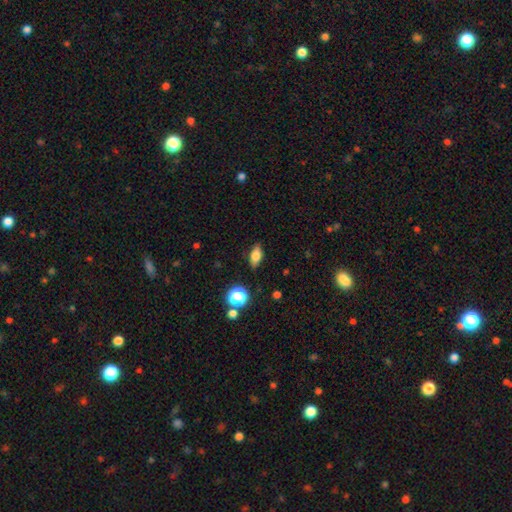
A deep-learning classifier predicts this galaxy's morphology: smooth 71%, featured or disk 18%, star or artifact 11%. Down the decision tree: how rounded — in between (77%); merging — none (85%).